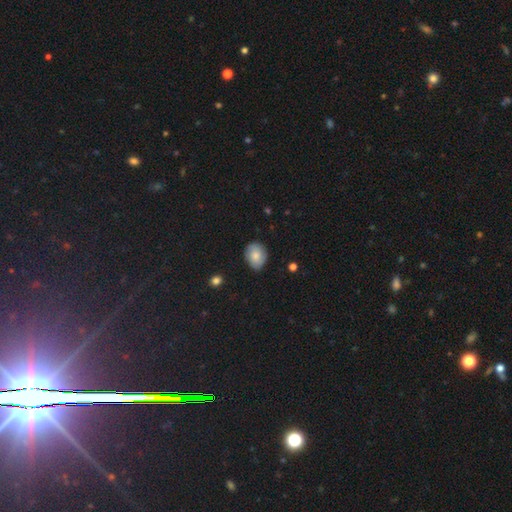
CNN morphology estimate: A smooth galaxy with no disk features (77%) that is in between round and cigar-shaped (60%).

Vote fractions:
- Smooth or featured? smooth: 77% / featured or disk: 16% / star or artifact: 7%
- How rounded? in between: 60% / round: 39% / cigar-shaped: 1%
- Merging? none: 81% / minor disturbance: 15% / major disturbance: 3% / merger: 1%